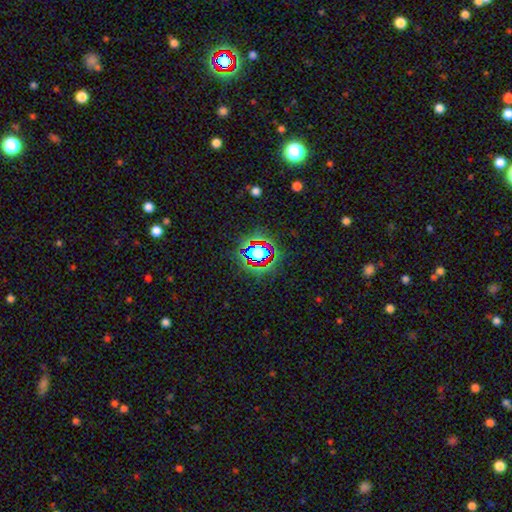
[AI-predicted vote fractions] Morphology: type=star or artifact (62%).